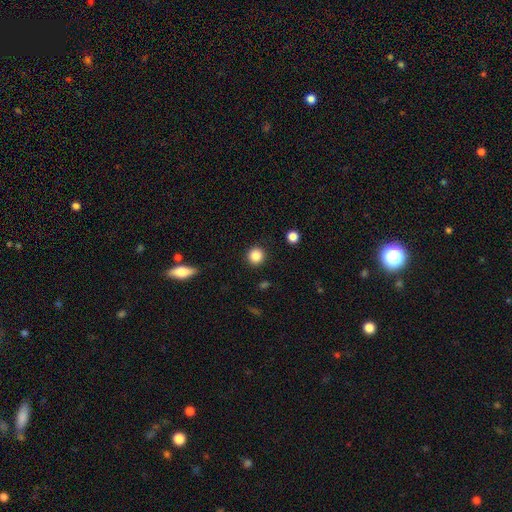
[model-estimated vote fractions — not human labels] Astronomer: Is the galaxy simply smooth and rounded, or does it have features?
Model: smooth — 86%.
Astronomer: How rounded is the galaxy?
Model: round — 94%.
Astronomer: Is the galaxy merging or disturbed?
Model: none — 91%.